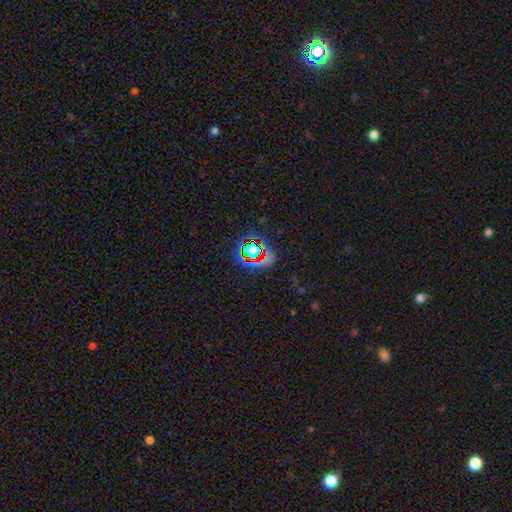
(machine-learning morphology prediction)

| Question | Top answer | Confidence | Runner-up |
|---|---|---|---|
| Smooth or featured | star or artifact | 66% | smooth (22%) |